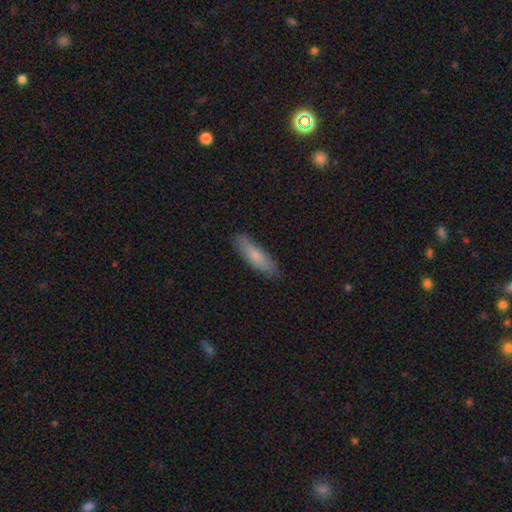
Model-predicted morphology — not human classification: Overall: smooth (79%). How rounded: cigar-shaped (65%; in between 34%). Merging: none (86%).